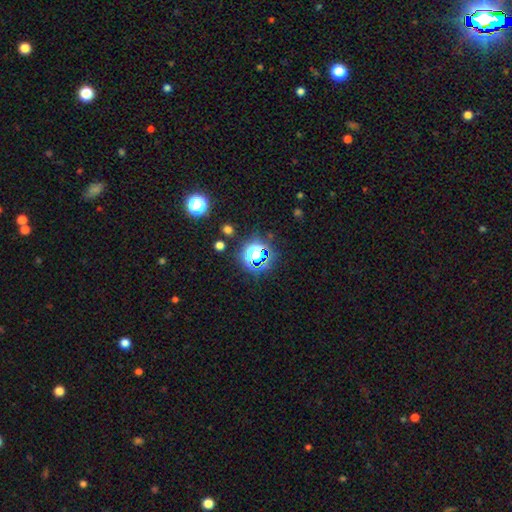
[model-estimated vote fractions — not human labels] This is possibly a star or artifact rather than a galaxy (60%).